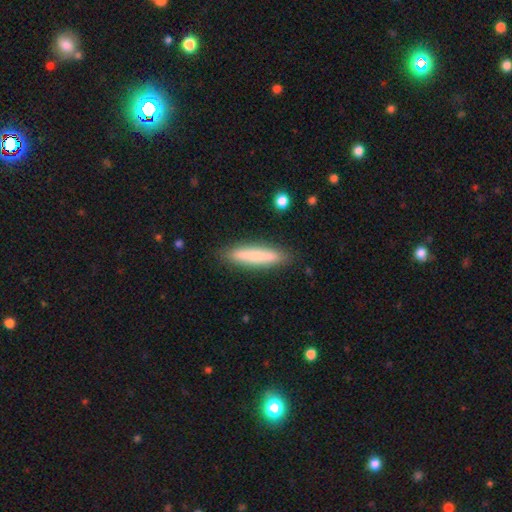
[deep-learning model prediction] Smooth or featured: smooth — 75% (featured or disk — 19%)
How rounded: cigar-shaped — 86% (in between — 12%)
Merging: none — 88% (minor disturbance — 9%)